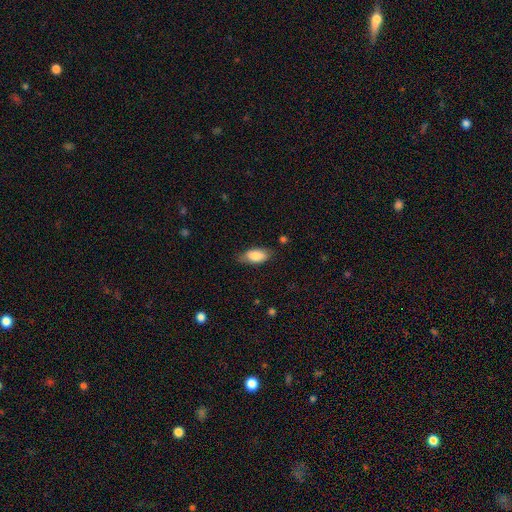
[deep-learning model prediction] smooth-or-featured: smooth: 83% | featured or disk: 11% | star or artifact: 7%
  how-rounded: in between: 89% | cigar-shaped: 9% | round: 3%
  merging: none: 75% | minor disturbance: 19% | major disturbance: 4% | merger: 1%